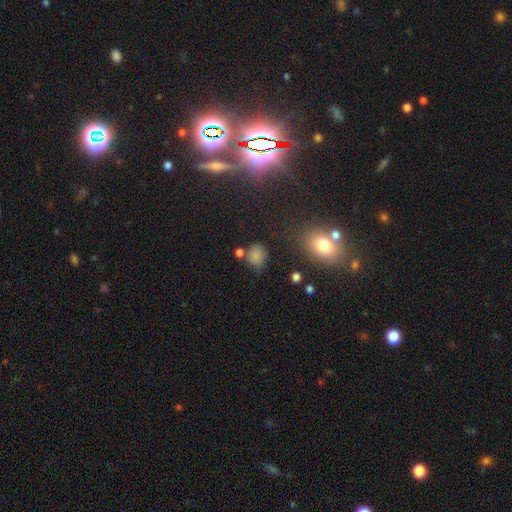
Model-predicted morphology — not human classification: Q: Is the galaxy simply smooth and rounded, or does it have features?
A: smooth — 77%.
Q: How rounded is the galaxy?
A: round — 62%.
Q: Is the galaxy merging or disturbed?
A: none — 69%.